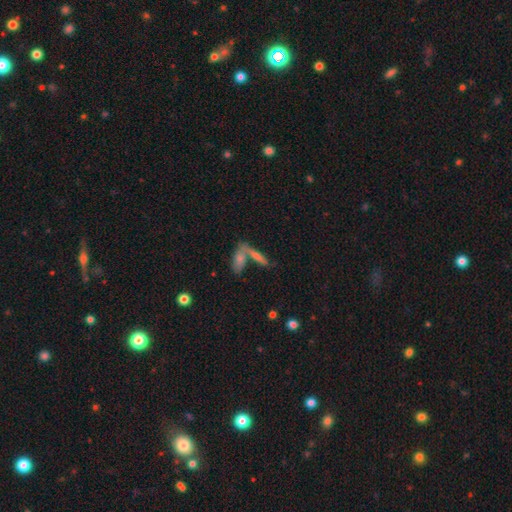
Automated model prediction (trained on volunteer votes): Smooth or featured: smooth — 54% (featured or disk — 33%)
How rounded: cigar-shaped — 59% (in between — 36%)
Merging: none — 44% (tied with merger — 44%)